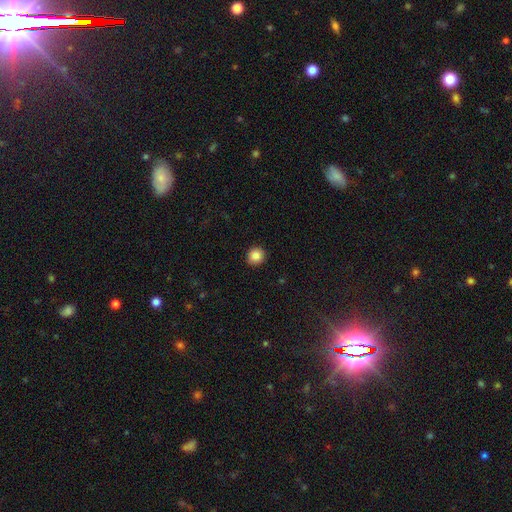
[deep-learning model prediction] A smooth galaxy with no disk features (86%) that is round (91%).

Vote fractions:
- Smooth or featured? smooth: 86% / star or artifact: 9% / featured or disk: 5%
- How rounded? round: 91% / in between: 8% / cigar-shaped: 1%
- Merging? none: 92% / minor disturbance: 6% / major disturbance: 2% / merger: 1%